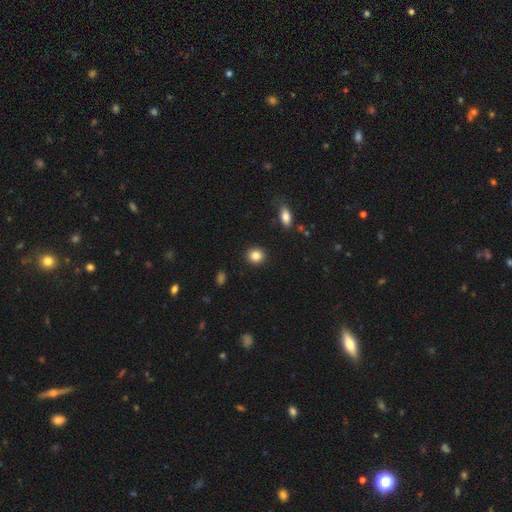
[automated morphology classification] Smooth or featured? smooth (85%)
How rounded? round (82%)
Merging? none (91%)